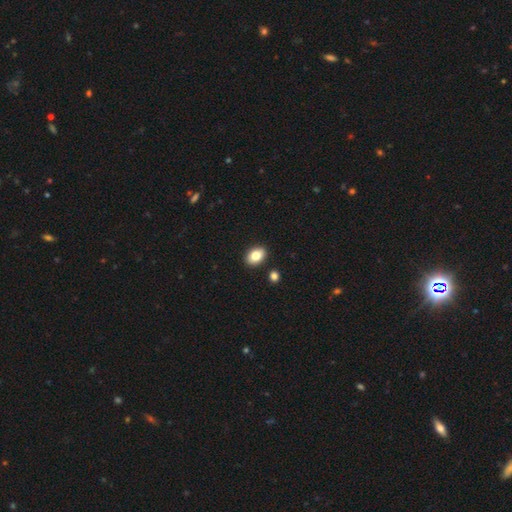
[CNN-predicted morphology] This appears to be a smooth galaxy with no disk features (82%) that is in between round and cigar-shaped (81%). Merging: none (89%).